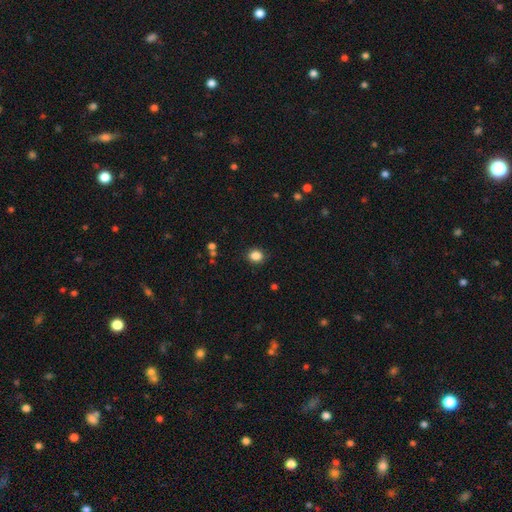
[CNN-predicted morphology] Smooth or featured? Predicted: smooth (p=0.86). How rounded? Predicted: round (p=0.70). Merging? Predicted: none (p=0.88).